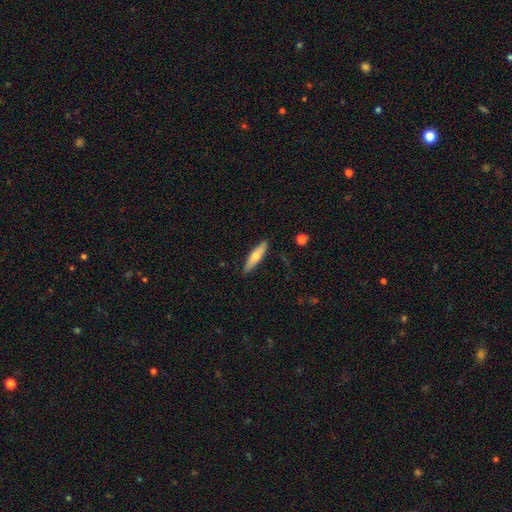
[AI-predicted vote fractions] The model was most divided on "smooth or featured": smooth: 61%, featured or disk: 33%, star or artifact: 6%. More confident: merging — none (88%); how rounded — cigar-shaped (71%).